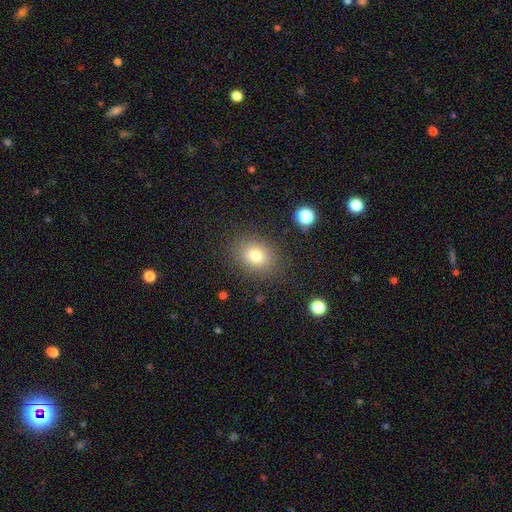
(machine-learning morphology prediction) Smooth or featured: smooth — 78% (star or artifact — 13%)
How rounded: in between — 50% (round — 49%)
Merging: none — 85% (minor disturbance — 10%)